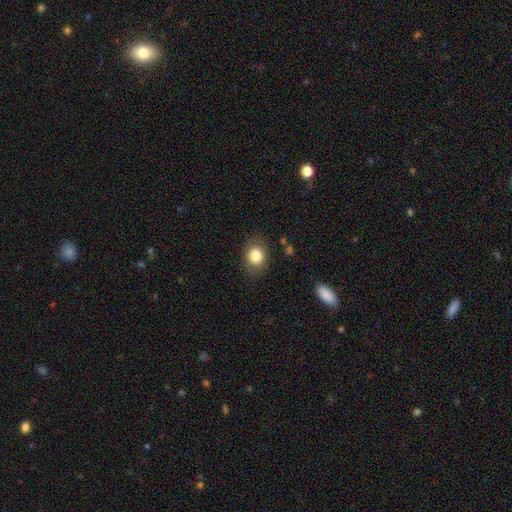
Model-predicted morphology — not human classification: A smooth galaxy with no disk features (82%) that is in between round and cigar-shaped (50%).

Vote fractions:
- Smooth or featured? smooth: 82% / featured or disk: 9% / star or artifact: 9%
- How rounded? in between: 50% / round: 49% / cigar-shaped: 1%
- Merging? none: 81% / minor disturbance: 13% / major disturbance: 4% / merger: 2%